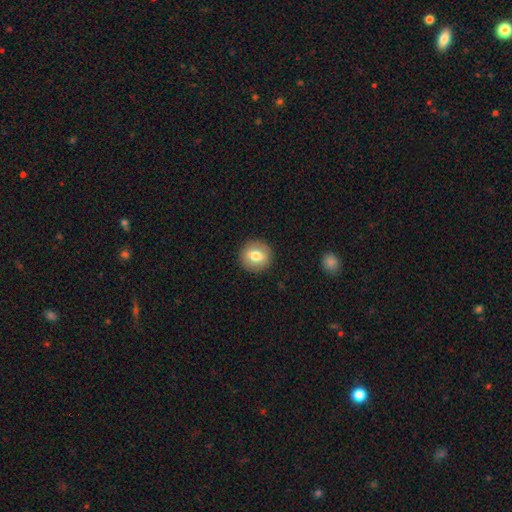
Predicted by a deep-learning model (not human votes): This is likely a smooth galaxy (71%). How rounded: clearly round (88%). Merging: clearly none (91%).